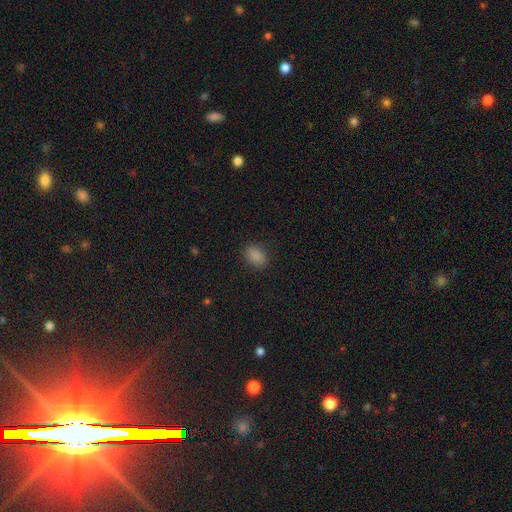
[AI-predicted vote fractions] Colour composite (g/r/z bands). It shows a smooth galaxy with no disk features (86%) that is in between round and cigar-shaped (80%). Merging: none (86%).